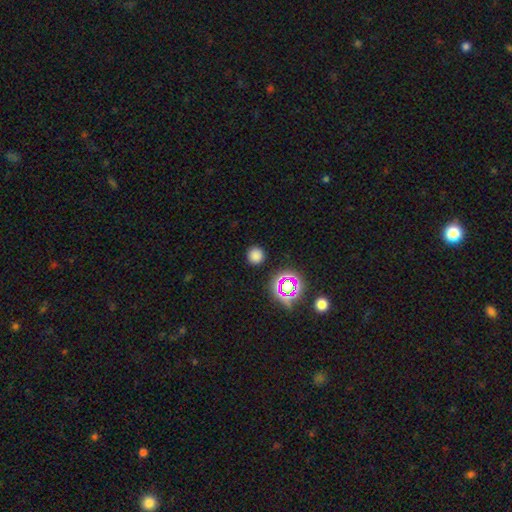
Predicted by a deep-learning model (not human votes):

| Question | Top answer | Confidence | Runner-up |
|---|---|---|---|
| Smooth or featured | smooth | 75% | star or artifact (20%) |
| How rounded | round | 93% | in between (5%) |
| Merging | none | 89% | minor disturbance (7%) |